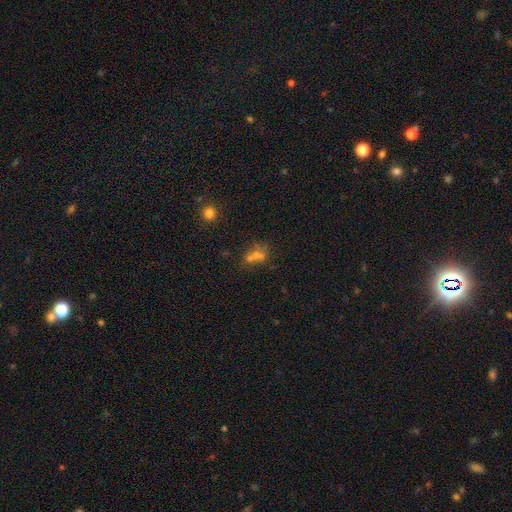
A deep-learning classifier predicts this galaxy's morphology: This appears to be a smooth galaxy with no disk features (47%). Merging: merger (41%).